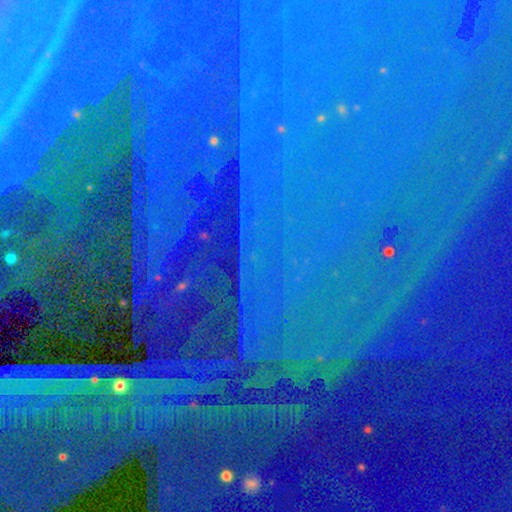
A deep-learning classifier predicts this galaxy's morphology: type=star or artifact (89%).